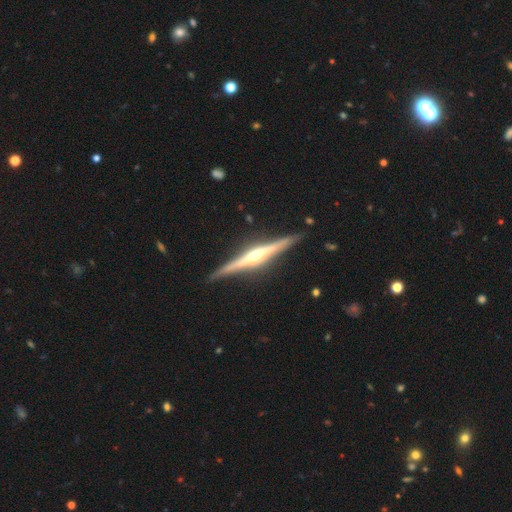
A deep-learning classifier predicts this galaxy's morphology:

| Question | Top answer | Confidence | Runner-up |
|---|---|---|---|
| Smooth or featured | featured or disk | 85% | smooth (10%) |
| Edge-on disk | yes | 98% | no (2%) |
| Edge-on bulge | rounded | 90% | boxy (5%) |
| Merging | none | 90% | minor disturbance (7%) |